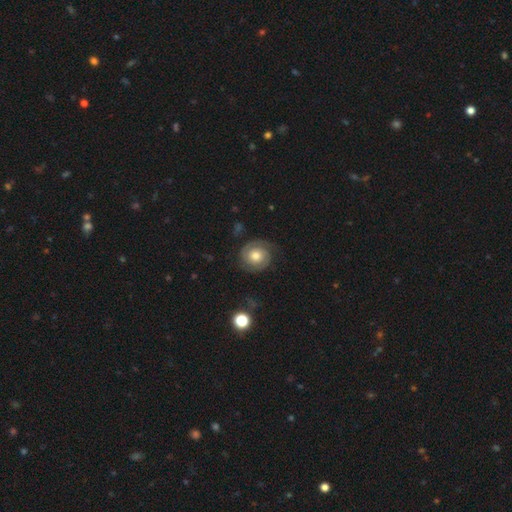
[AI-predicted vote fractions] Morphology: type=featured or disk (76%); edge-on=no (98%); bar=no (78%); spiral arms=yes (94%); winding=tight (63%); arm count=2 (87%); bulge=moderate (70%); merging=none (80%).